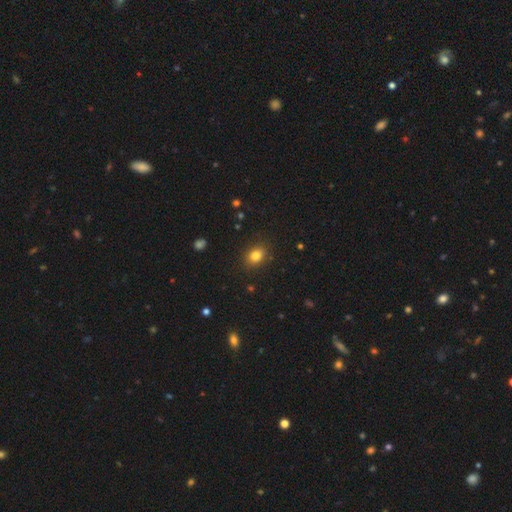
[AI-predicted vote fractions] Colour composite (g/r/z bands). It shows a smooth galaxy with no disk features (82%) that is in between round and cigar-shaped (57%). Merging: none (87%).